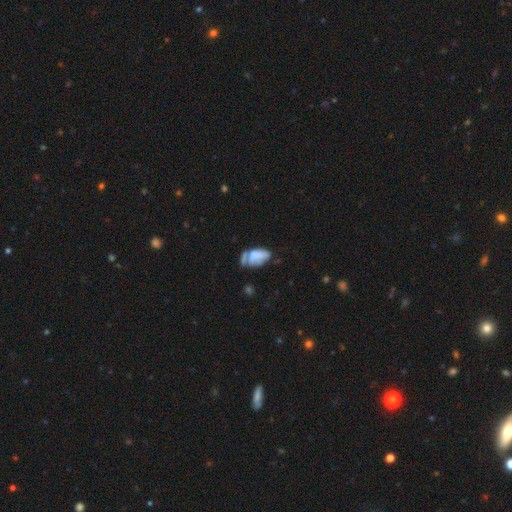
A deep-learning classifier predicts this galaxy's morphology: smooth_or_featured: smooth (p=0.58) [alt: featured or disk p=0.32]
how_rounded: in between (p=0.90) [alt: round p=0.06]
merging: none (p=0.30) [alt: minor disturbance p=0.25]